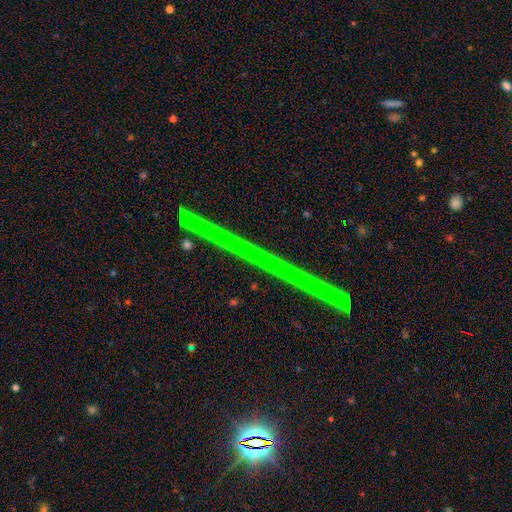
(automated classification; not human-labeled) Smooth or featured? Predicted: star or artifact (p=0.82).